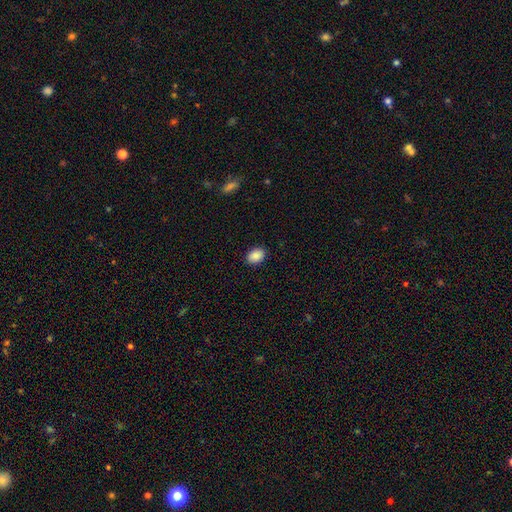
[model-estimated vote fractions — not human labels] Smooth or featured? Predicted: smooth (p=0.89). How rounded? Predicted: in between (p=0.73). Merging? Predicted: none (p=0.89).